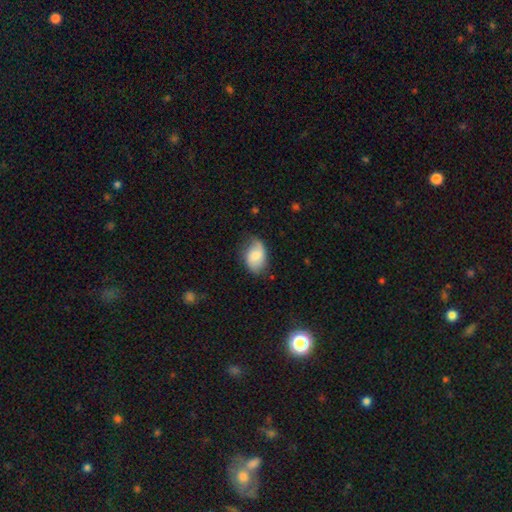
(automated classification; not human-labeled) A smooth galaxy with no disk features (61%) that is in between round and cigar-shaped (84%).

Vote fractions:
- Smooth or featured? smooth: 61% / featured or disk: 32% / star or artifact: 7%
- How rounded? in between: 84% / round: 15% / cigar-shaped: 1%
- Merging? none: 60% / minor disturbance: 30% / major disturbance: 8% / merger: 2%